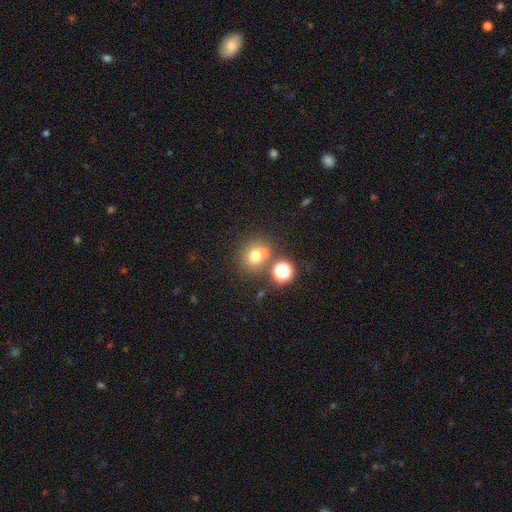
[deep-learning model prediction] smooth 68%, star or artifact 19%, featured or disk 13%. Down the decision tree: how rounded — round (84%); merging — none (55%).